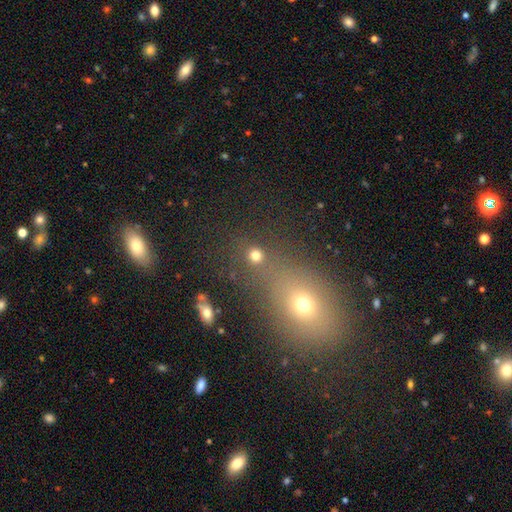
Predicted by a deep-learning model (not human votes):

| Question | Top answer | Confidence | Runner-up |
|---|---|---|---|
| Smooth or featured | smooth | 77% | star or artifact (17%) |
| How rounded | round | 90% | in between (9%) |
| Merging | none | 75% | merger (14%) |